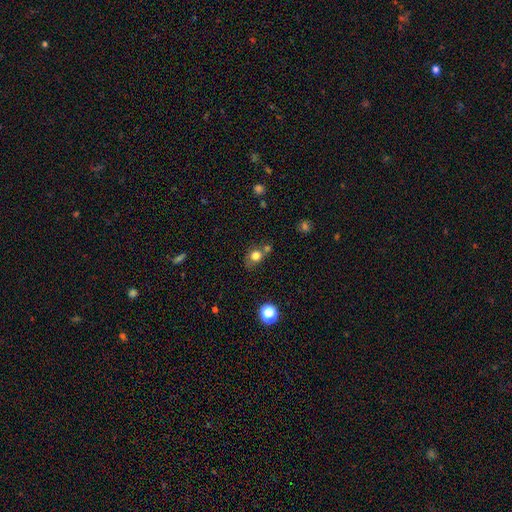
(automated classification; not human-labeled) A smooth galaxy with no disk features (76%) that is round (72%). Merging: none (53%).